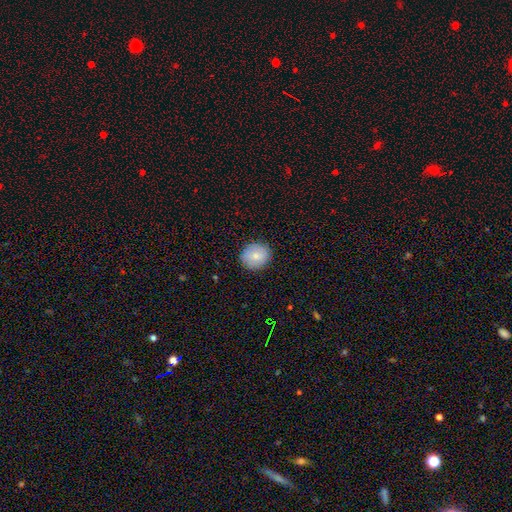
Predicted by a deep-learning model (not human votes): smooth-or-featured: smooth: 80% | featured or disk: 12% | star or artifact: 8%
  how-rounded: round: 83% | in between: 16% | cigar-shaped: 1%
  merging: none: 88% | minor disturbance: 9% | major disturbance: 2% | merger: 1%